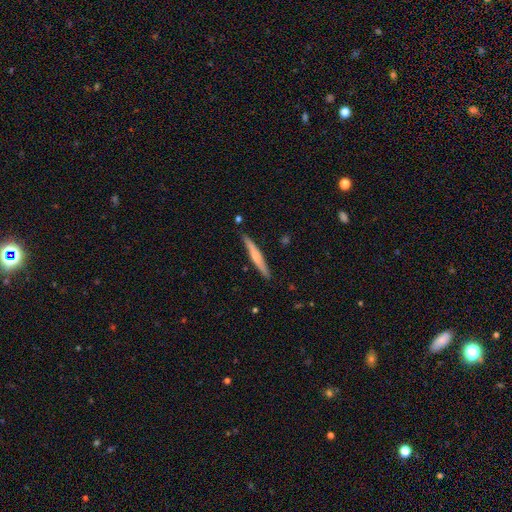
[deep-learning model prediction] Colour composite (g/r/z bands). It shows a smooth galaxy with no disk features (49%). Merging: none (87%).